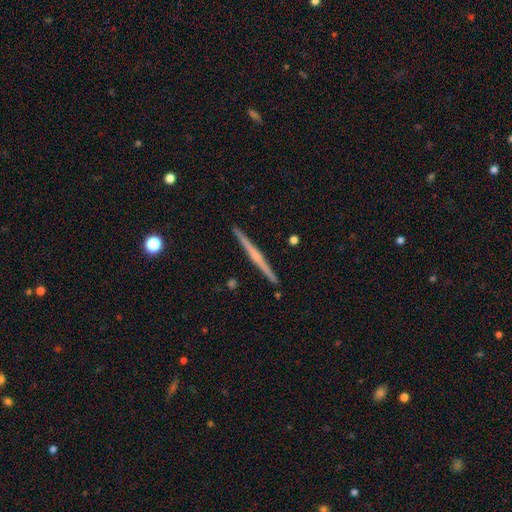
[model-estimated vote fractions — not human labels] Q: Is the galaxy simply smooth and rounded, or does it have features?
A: featured or disk — 68%.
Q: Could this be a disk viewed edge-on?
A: yes — 99%.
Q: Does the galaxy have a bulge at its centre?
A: none — 52%.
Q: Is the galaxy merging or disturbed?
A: none — 93%.